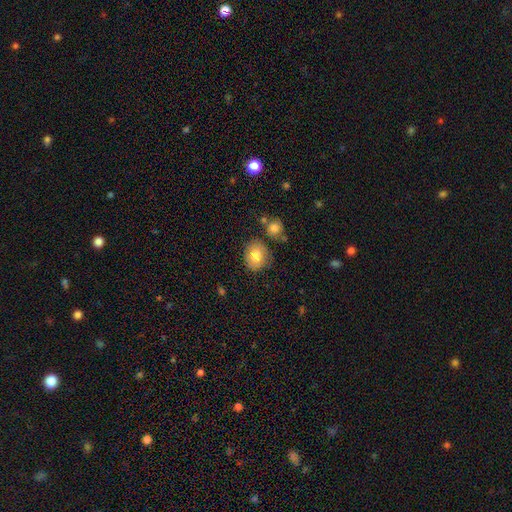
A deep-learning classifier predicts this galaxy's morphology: The model was most divided on "how rounded": round: 73%, in between: 26%, cigar-shaped: 1%. More confident: smooth or featured — smooth (77%); merging — none (75%).